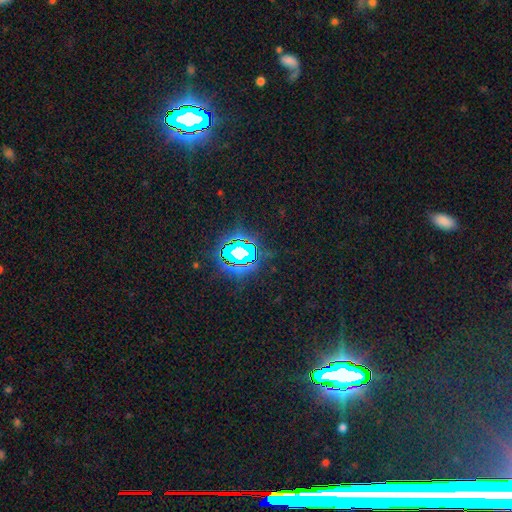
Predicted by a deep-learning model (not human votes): Smooth or featured?
  - star or artifact: 83% *
  - smooth: 10%
  - featured or disk: 7%